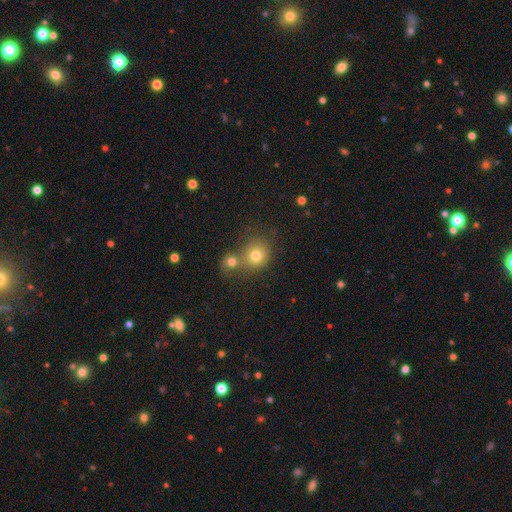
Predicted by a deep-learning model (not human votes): Morphology: type=smooth (76%); roundness=round (81%); merging=merger (48%).